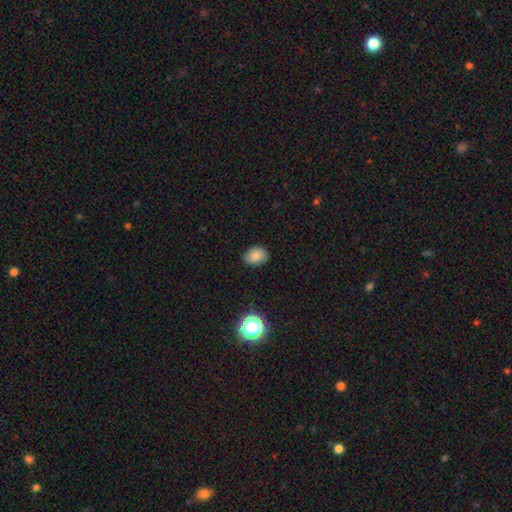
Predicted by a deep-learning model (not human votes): A smooth galaxy with no disk features (82%) that is in between round and cigar-shaped (67%). Merging: none (80%).